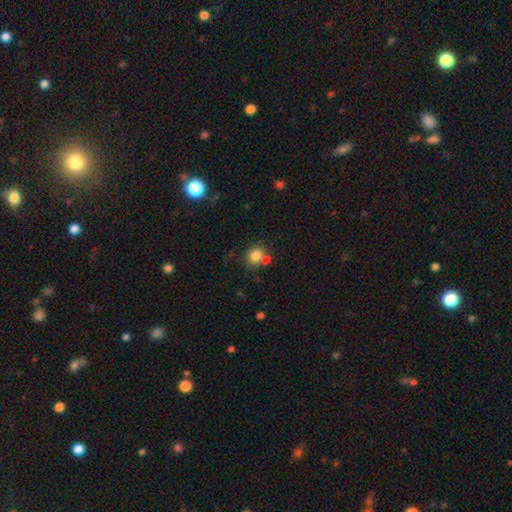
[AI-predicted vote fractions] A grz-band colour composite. It shows a smooth galaxy with no disk features (80%) that is round (60%). Merging: none (56%).